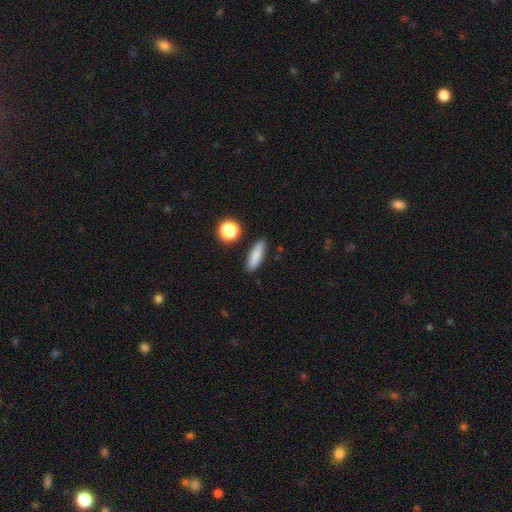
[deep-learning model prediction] Smooth or featured?
  - smooth: 83% *
  - star or artifact: 9%
  - featured or disk: 8%
How rounded?
  - cigar-shaped: 52% *
  - in between: 43%
  - round: 5%
Merging?
  - none: 86% *
  - minor disturbance: 9%
  - merger: 2%
  - major disturbance: 2%